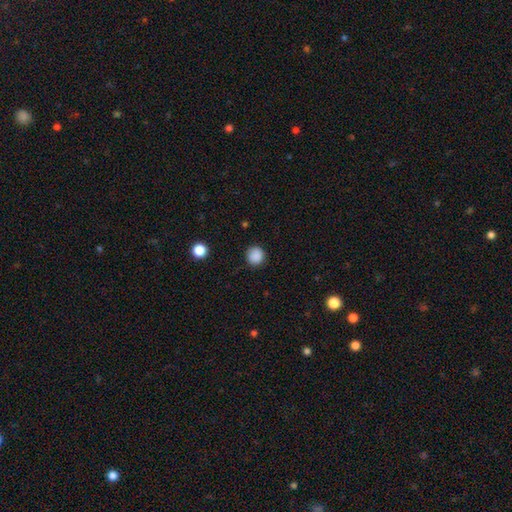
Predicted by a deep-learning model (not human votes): Smooth or featured? Predicted: smooth (p=0.88). How rounded? Predicted: round (p=0.91). Merging? Predicted: none (p=0.88).